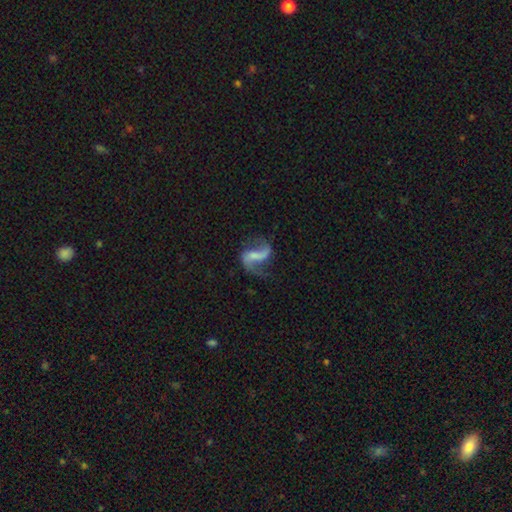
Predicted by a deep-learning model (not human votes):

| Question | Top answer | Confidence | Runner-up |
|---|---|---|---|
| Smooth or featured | featured or disk | 85% | smooth (9%) |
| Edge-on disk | no | 98% | yes (2%) |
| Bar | weak | 42% | strong (34%) |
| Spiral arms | yes | 95% | no (5%) |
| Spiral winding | loose | 76% | medium (20%) |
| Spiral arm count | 2 | 90% | 1 (6%) |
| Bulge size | none | 38% | small (35%) |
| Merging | none | 65% | minor disturbance (17%) |